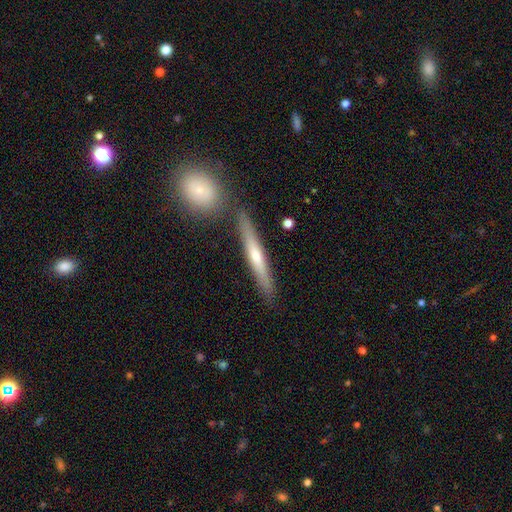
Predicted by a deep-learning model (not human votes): Overall: featured or disk (49%; smooth 45%). Merging: none (82%).